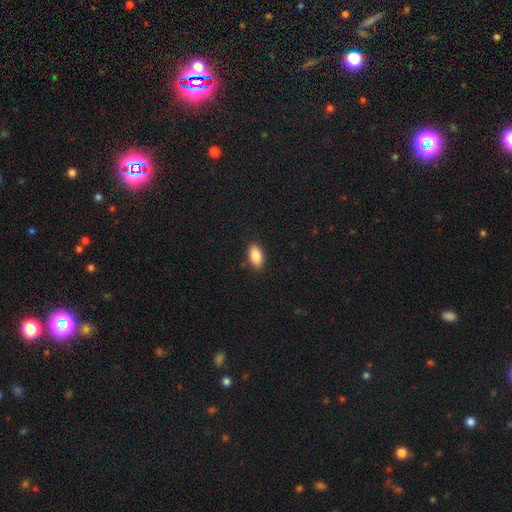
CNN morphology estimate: Smooth or featured? smooth (88%)
How rounded? in between (92%)
Merging? none (89%)